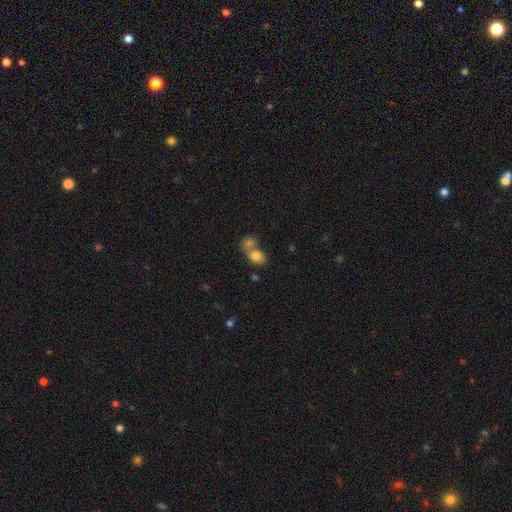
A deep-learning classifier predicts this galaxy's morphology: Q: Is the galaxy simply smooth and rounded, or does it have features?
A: smooth — 79%.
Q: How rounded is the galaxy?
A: in between — 67%.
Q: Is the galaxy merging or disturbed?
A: merger — 60%.